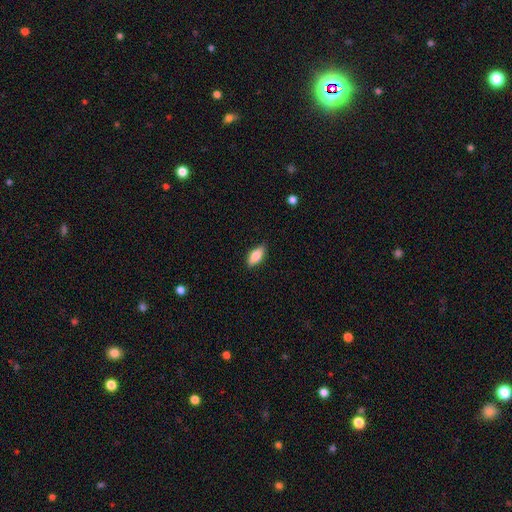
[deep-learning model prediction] The model was most divided on "smooth or featured": smooth: 77%, featured or disk: 16%, star or artifact: 7%. More confident: merging — none (85%); how rounded — in between (79%).